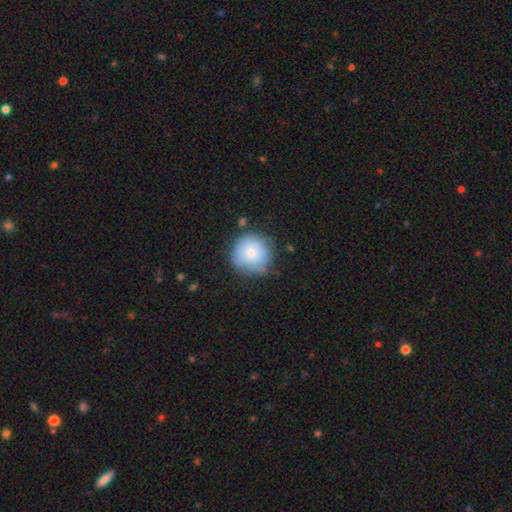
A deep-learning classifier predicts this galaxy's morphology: Smooth or featured?
  - smooth: 79% *
  - featured or disk: 13%
  - star or artifact: 8%
How rounded?
  - round: 94% *
  - in between: 5%
  - cigar-shaped: 1%
Merging?
  - none: 74% *
  - minor disturbance: 18%
  - major disturbance: 5%
  - merger: 3%